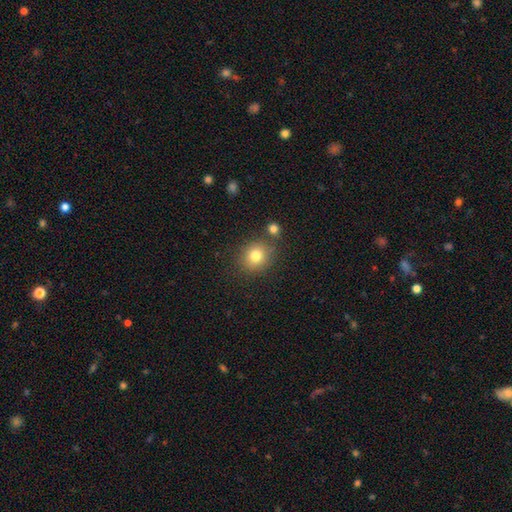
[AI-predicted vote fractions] smooth_or_featured: smooth (p=0.79) [alt: star or artifact p=0.12]
how_rounded: round (p=0.83) [alt: in between p=0.16]
merging: none (p=0.78) [alt: minor disturbance p=0.10]